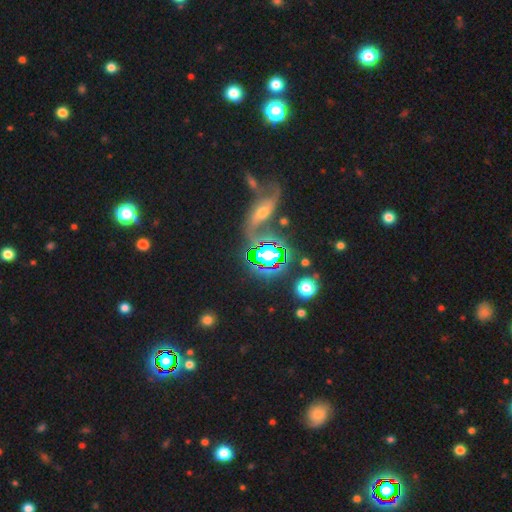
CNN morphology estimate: type=star or artifact (42%).